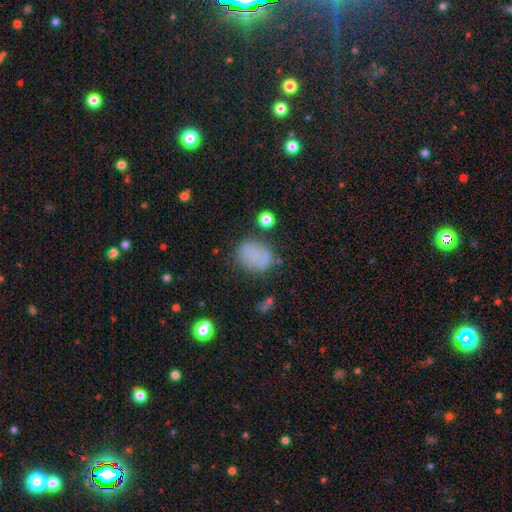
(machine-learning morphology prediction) Smooth or featured?
  - smooth: 69% *
  - featured or disk: 17%
  - star or artifact: 13%
How rounded?
  - round: 49% * (tied)
  - in between: 49% * (tied)
  - cigar-shaped: 1%
Merging?
  - none: 62% *
  - minor disturbance: 20%
  - major disturbance: 9%
  - merger: 8%